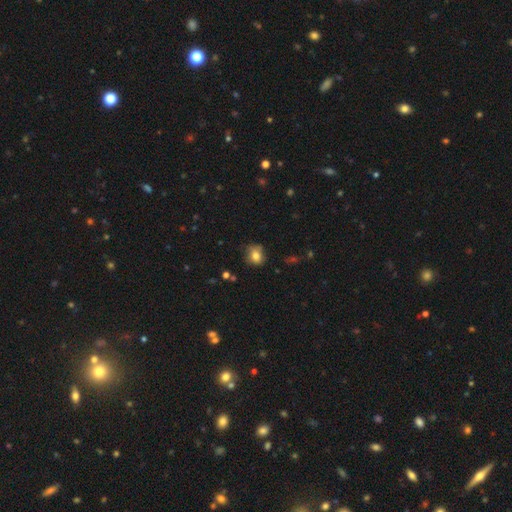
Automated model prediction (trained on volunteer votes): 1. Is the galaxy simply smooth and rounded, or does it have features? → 75% smooth, 13% featured or disk, 11% star or artifact.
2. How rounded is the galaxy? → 70% round, 29% in between, 1% cigar-shaped.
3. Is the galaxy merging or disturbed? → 61% none, 28% minor disturbance, 8% major disturbance, 3% merger.